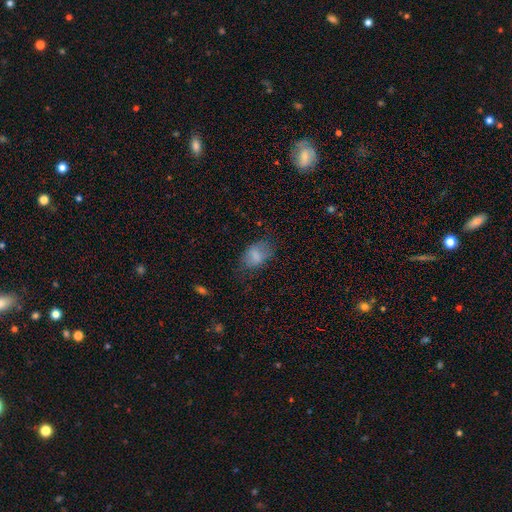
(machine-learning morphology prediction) Smooth or featured? Predicted: smooth (p=0.76). How rounded? Predicted: in between (p=0.87). Merging? Predicted: none (p=0.59).